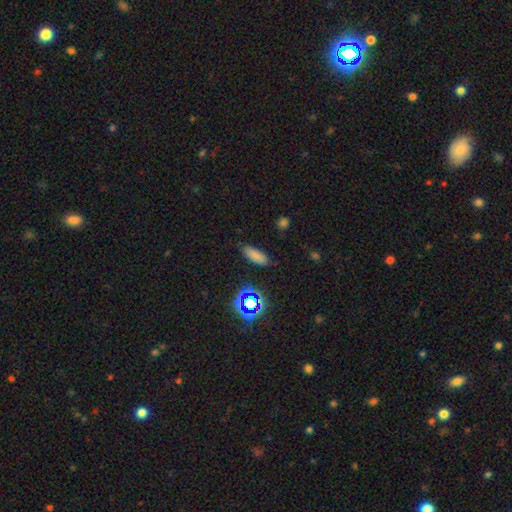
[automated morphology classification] smooth 75%, star or artifact 17%, featured or disk 8%. Down the decision tree: how rounded — in between (68%); merging — none (83%).